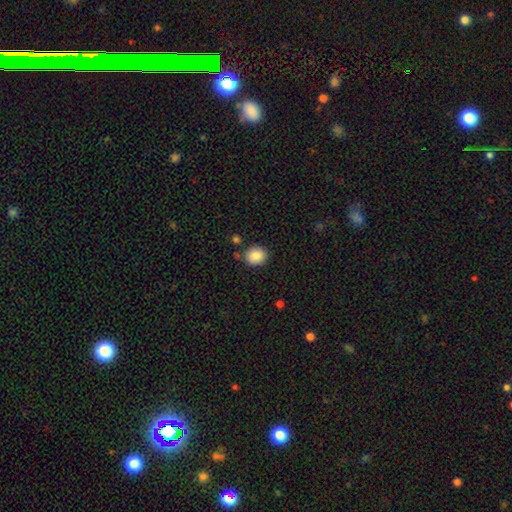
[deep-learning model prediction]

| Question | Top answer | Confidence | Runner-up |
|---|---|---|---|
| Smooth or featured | smooth | 87% | star or artifact (8%) |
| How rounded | round | 70% | in between (30%) |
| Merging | none | 83% | minor disturbance (10%) |